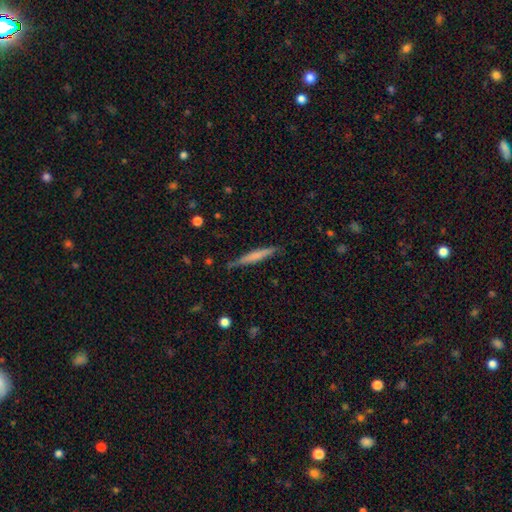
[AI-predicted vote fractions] smooth_or_featured: smooth (p=0.58) [alt: featured or disk p=0.35]
how_rounded: cigar-shaped (p=0.95) [alt: in between p=0.04]
merging: none (p=0.83) [alt: minor disturbance p=0.13]